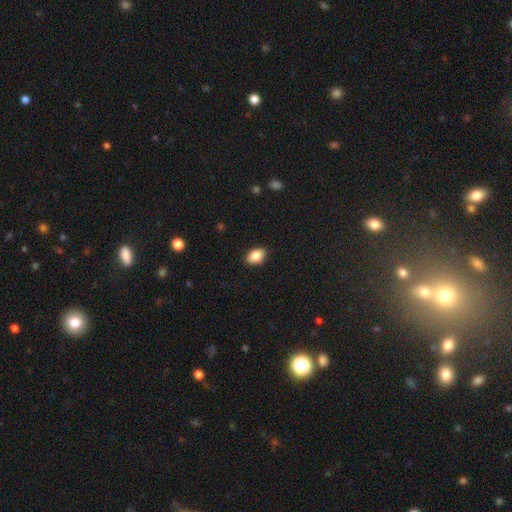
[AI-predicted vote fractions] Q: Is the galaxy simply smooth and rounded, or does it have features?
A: smooth — 87%.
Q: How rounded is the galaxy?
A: in between — 85%.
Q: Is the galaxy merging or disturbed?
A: none — 87%.